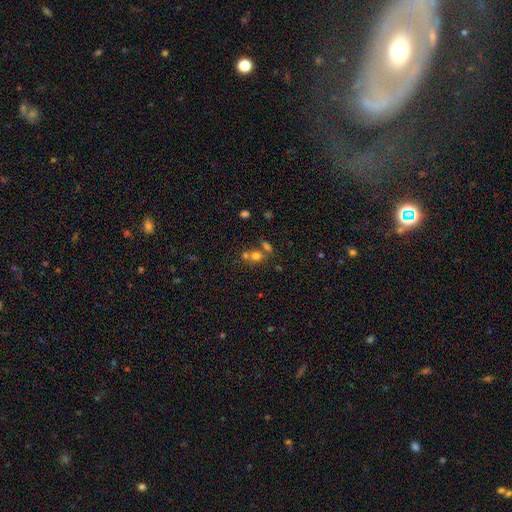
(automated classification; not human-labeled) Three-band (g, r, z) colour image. It shows a smooth galaxy with no disk features (66%) that is round (67%). Merging: none (47%).